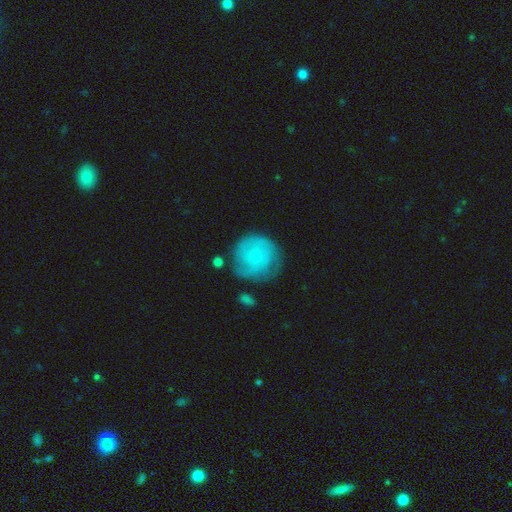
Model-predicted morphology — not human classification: Smooth or featured: smooth — 49% (featured or disk — 44%)
Merging: none — 61% (minor disturbance — 25%)